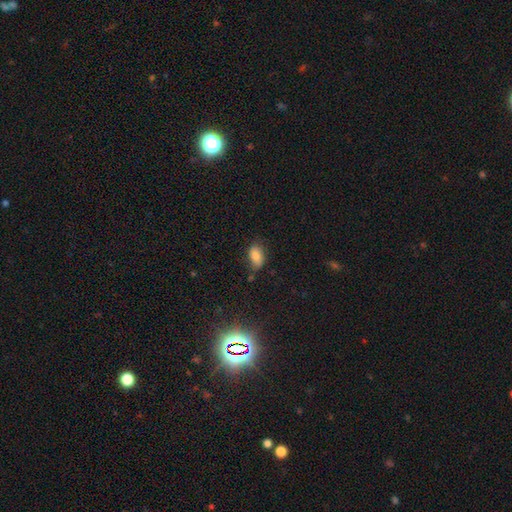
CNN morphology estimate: smooth-or-featured: smooth: 82% | star or artifact: 10% | featured or disk: 8%
  how-rounded: in between: 90% | round: 7% | cigar-shaped: 2%
  merging: none: 66% | minor disturbance: 25% | major disturbance: 5% | merger: 4%